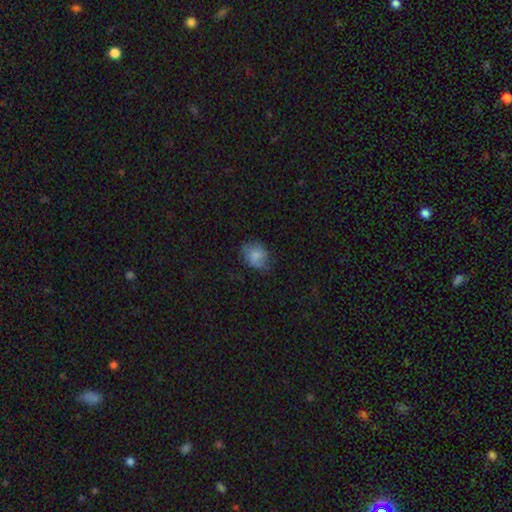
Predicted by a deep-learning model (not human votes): Smooth or featured?
  - smooth: 74% *
  - featured or disk: 16%
  - star or artifact: 9%
How rounded?
  - round: 50% *
  - in between: 49%
  - cigar-shaped: 1%
Merging?
  - none: 60% *
  - minor disturbance: 28%
  - major disturbance: 11%
  - merger: 1%